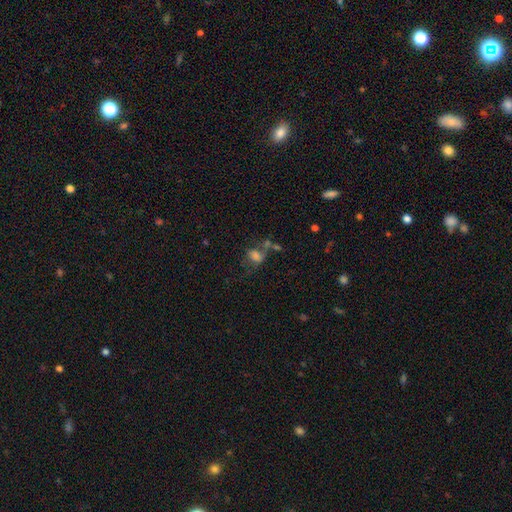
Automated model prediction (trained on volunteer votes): smooth-or-featured: smooth: 62% | featured or disk: 23% | star or artifact: 14%
  how-rounded: in between: 69% | round: 30% | cigar-shaped: 2%
  merging: none: 30% | major disturbance: 27% | merger: 25% | minor disturbance: 18%